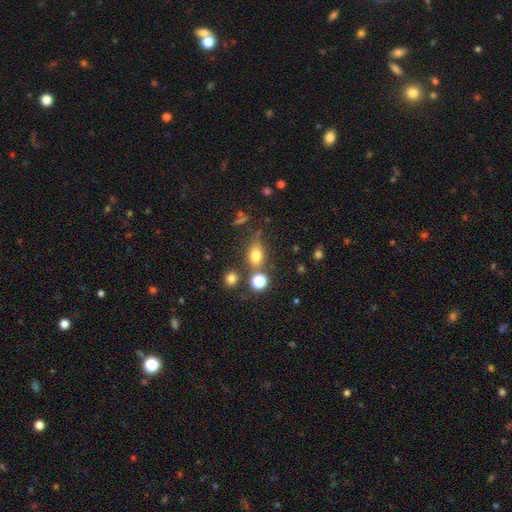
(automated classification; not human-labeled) Smooth or featured?
  - smooth: 72% *
  - star or artifact: 17%
  - featured or disk: 11%
How rounded?
  - in between: 65% *
  - round: 31%
  - cigar-shaped: 4%
Merging?
  - none: 63% *
  - minor disturbance: 17%
  - merger: 13%
  - major disturbance: 7%